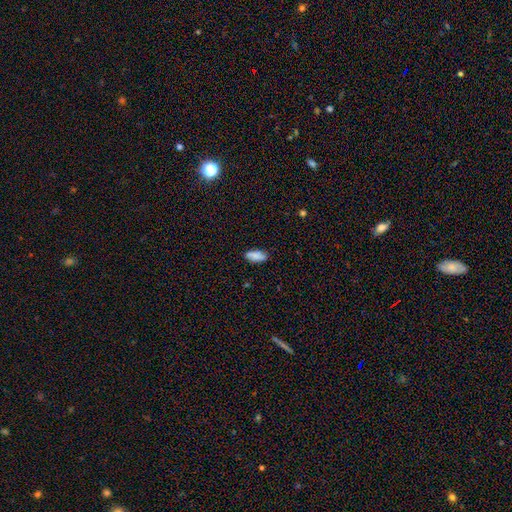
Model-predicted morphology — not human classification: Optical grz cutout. It shows a smooth galaxy with no disk features (83%) that is in between round and cigar-shaped (84%). Merging: none (83%).